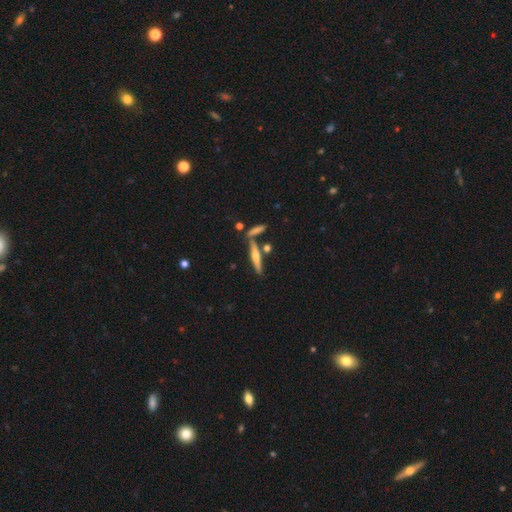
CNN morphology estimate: This appears to be a featured or disk galaxy (60%) viewed edge-on (95%) with a rounded central bulge (88%). Merging: none (73%).